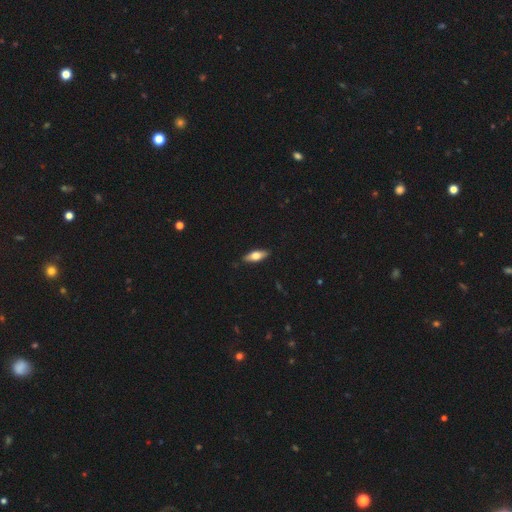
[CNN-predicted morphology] type=smooth (60%); roundness=in between (66%); merging=none (88%).